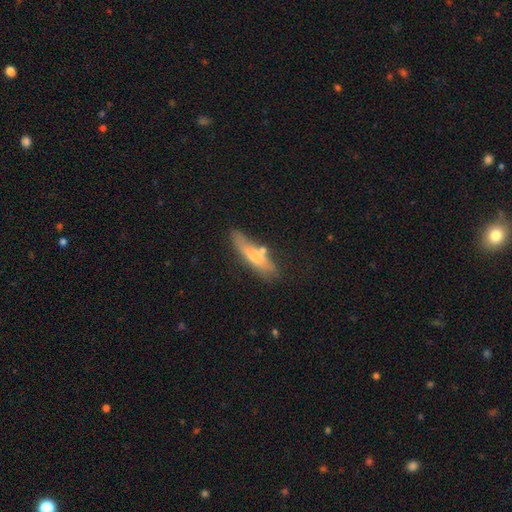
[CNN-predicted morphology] The model was most divided on "smooth or featured": smooth: 61%, featured or disk: 32%, star or artifact: 7%. More confident: how rounded — cigar-shaped (70%); merging — none (60%).